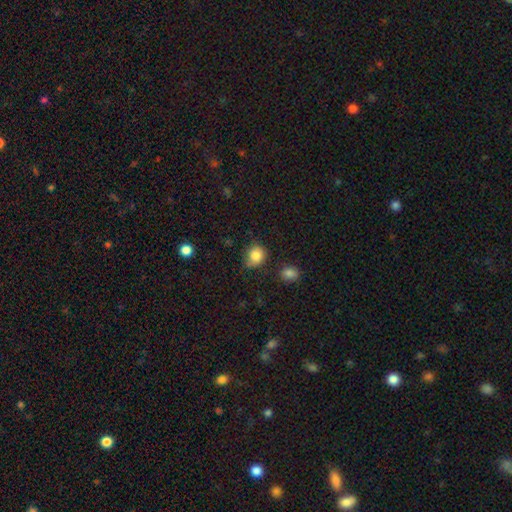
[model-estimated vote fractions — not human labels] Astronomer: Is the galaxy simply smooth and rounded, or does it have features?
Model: smooth — 85%.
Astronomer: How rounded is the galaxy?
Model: round — 75%.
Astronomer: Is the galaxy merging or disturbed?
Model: none — 65%.